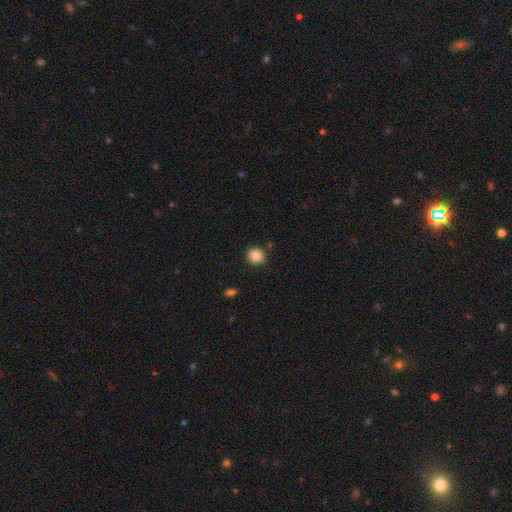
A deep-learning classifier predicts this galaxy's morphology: smooth-or-featured: smooth: 85% | star or artifact: 10% | featured or disk: 5%
  how-rounded: round: 86% | in between: 13% | cigar-shaped: 1%
  merging: none: 87% | minor disturbance: 9% | merger: 2% | major disturbance: 2%